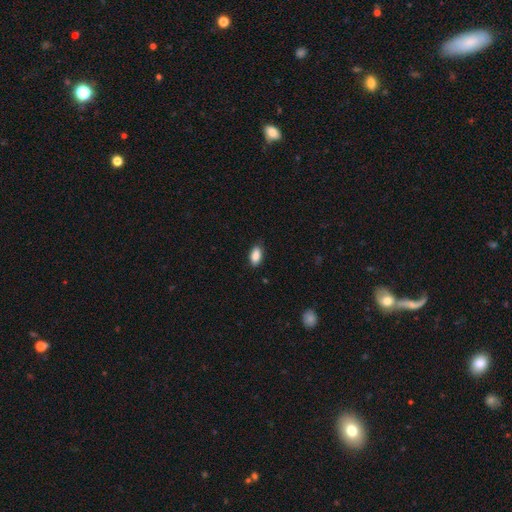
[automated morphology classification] Smooth or featured? smooth (88%)
How rounded? in between (92%)
Merging? none (83%)